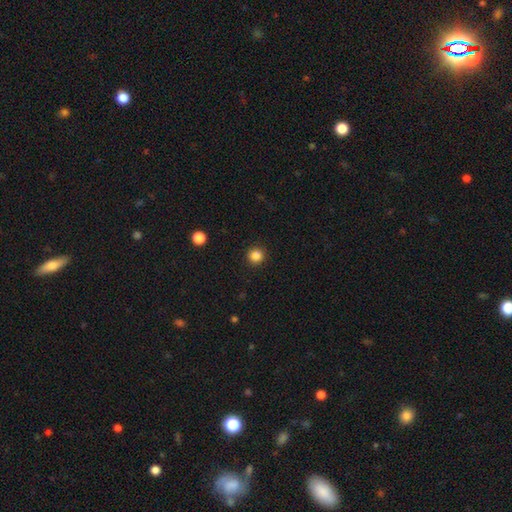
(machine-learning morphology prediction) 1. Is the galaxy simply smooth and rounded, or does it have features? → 85% smooth, 12% star or artifact, 3% featured or disk.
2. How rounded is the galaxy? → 95% round, 4% in between, 1% cigar-shaped.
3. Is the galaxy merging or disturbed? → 92% none, 5% minor disturbance, 2% major disturbance, 1% merger.